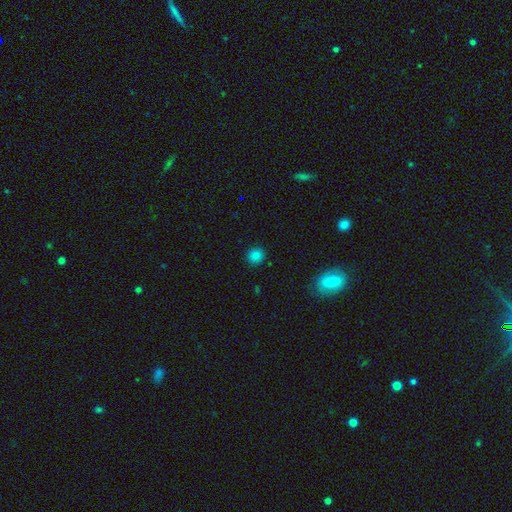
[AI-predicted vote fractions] Smooth or featured? smooth (82%)
How rounded? round (90%)
Merging? none (91%)